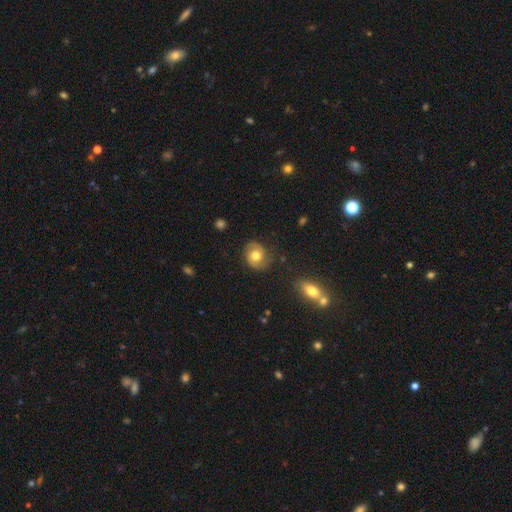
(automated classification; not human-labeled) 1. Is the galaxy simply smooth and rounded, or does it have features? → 46% featured or disk (tied), 46% smooth (tied), 8% star or artifact.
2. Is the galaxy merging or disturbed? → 78% none, 15% minor disturbance, 5% major disturbance, 2% merger.